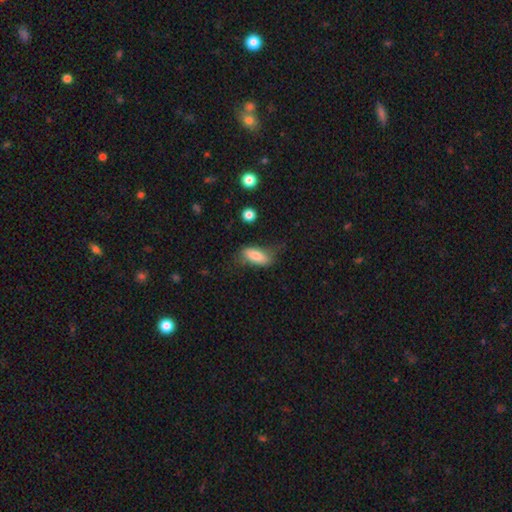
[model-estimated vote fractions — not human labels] smooth 78%, featured or disk 15%, star or artifact 7%. Down the decision tree: how rounded — in between (81%); merging — none (52%).